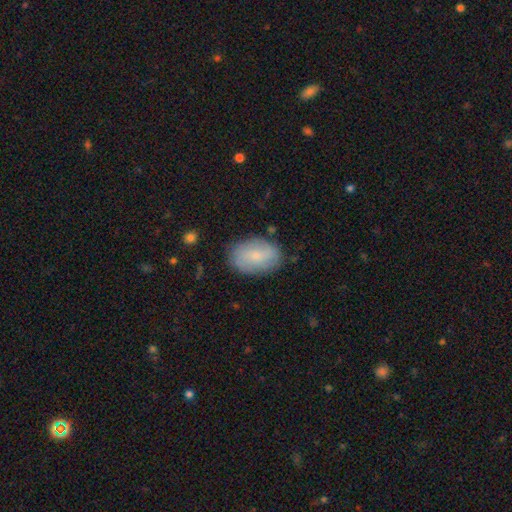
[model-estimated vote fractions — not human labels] Q: Smooth or featured?
A: smooth (62%); runner-up: featured or disk (31%)
Q: How rounded?
A: in between (87%); runner-up: round (12%)
Q: Merging?
A: none (81%); runner-up: minor disturbance (14%)